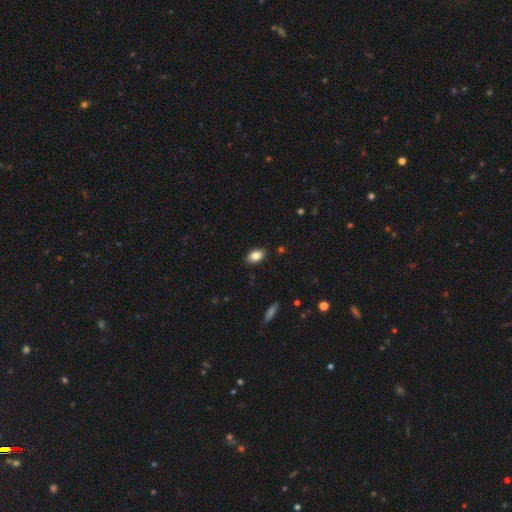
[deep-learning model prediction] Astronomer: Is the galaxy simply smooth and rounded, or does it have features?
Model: smooth — 83%.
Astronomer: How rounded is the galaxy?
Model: in between — 90%.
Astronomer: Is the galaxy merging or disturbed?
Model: none — 88%.